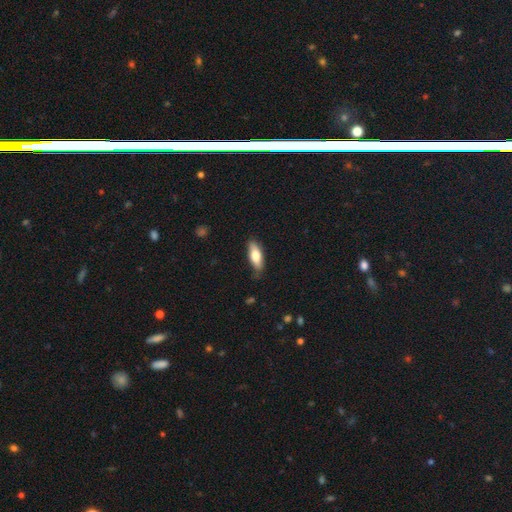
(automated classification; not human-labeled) Q: Smooth or featured?
A: smooth (73%); runner-up: featured or disk (21%)
Q: How rounded?
A: in between (66%); runner-up: cigar-shaped (32%)
Q: Merging?
A: none (76%); runner-up: minor disturbance (19%)